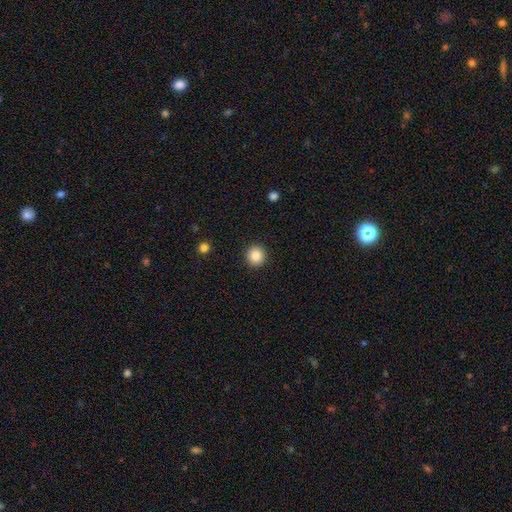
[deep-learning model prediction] Q: Smooth or featured?
A: smooth (86%); runner-up: star or artifact (10%)
Q: How rounded?
A: round (92%); runner-up: in between (7%)
Q: Merging?
A: none (92%); runner-up: minor disturbance (5%)